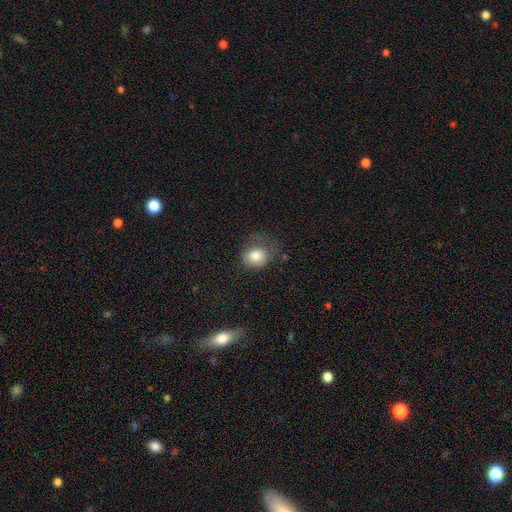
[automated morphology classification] Q: Smooth or featured?
A: smooth (79%); runner-up: featured or disk (11%)
Q: How rounded?
A: round (61%); runner-up: in between (38%)
Q: Merging?
A: none (43%); runner-up: minor disturbance (29%)